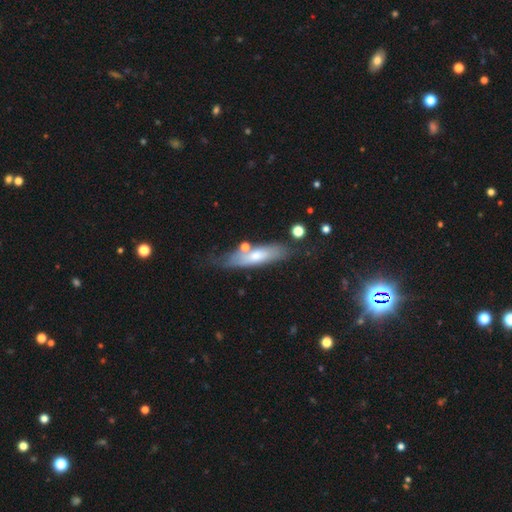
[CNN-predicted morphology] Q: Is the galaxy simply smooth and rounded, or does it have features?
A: smooth — 57%.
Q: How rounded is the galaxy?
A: cigar-shaped — 61%.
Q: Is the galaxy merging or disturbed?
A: none — 60%.